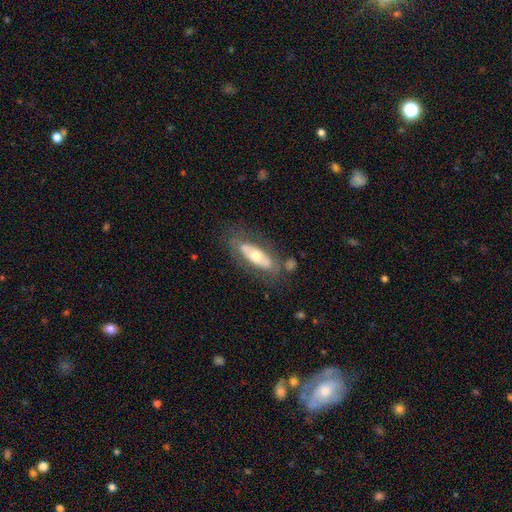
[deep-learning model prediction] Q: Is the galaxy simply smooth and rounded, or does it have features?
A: featured or disk — 50%.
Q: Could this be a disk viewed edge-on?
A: no — 71%.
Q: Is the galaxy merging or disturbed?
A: none — 68%.